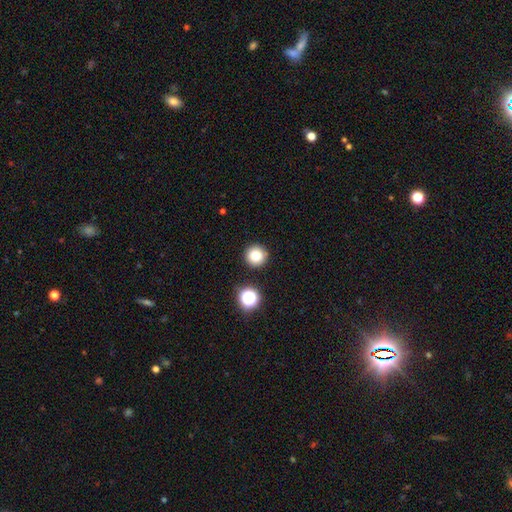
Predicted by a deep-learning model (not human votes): Morphology: type=smooth (81%); roundness=round (96%); merging=none (90%).